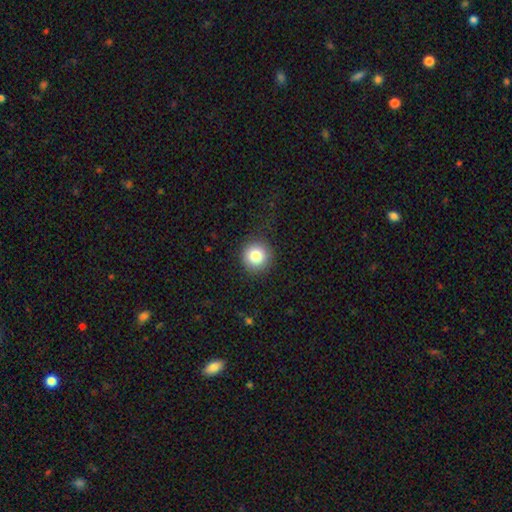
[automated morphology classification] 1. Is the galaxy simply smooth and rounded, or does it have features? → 82% smooth, 11% star or artifact, 8% featured or disk.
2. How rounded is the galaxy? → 95% round, 4% in between, 1% cigar-shaped.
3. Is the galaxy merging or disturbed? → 89% none, 7% minor disturbance, 3% major disturbance, 1% merger.